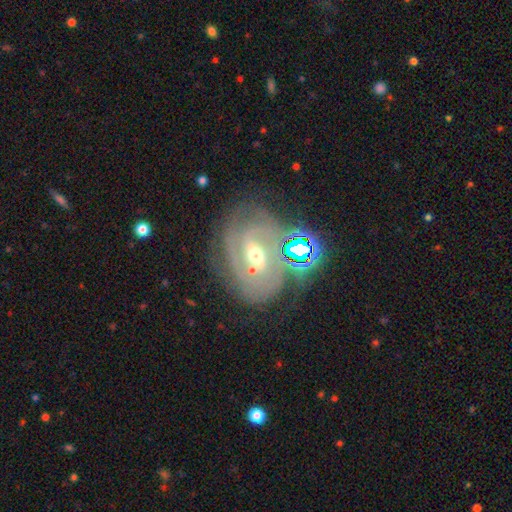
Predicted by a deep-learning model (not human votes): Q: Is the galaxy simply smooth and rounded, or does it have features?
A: featured or disk — 77%.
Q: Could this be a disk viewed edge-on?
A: no — 95%.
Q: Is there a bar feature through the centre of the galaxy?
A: weak — 43%.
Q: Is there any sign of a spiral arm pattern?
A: yes — 85%.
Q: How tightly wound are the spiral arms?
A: tight — 48%.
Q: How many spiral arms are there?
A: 2 — 53%.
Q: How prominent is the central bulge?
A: moderate — 64%.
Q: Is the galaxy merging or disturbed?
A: none — 51%.